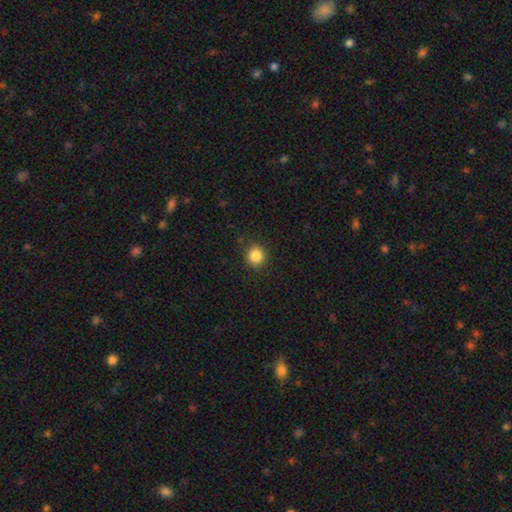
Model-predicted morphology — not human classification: Smooth or featured?
  - smooth: 85% *
  - star or artifact: 11%
  - featured or disk: 4%
How rounded?
  - round: 91% *
  - in between: 8%
  - cigar-shaped: 1%
Merging?
  - none: 89% *
  - minor disturbance: 8%
  - major disturbance: 2%
  - merger: 1%